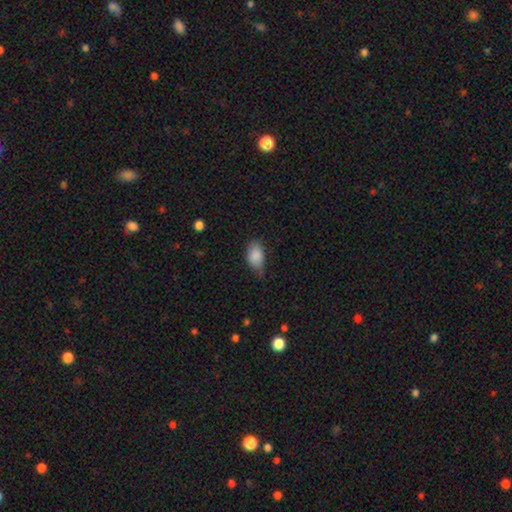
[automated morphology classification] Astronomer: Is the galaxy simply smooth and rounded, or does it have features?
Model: smooth — 86%.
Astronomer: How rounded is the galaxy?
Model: in between — 90%.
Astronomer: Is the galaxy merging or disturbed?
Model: none — 53% (runner-up: minor disturbance, 37%).